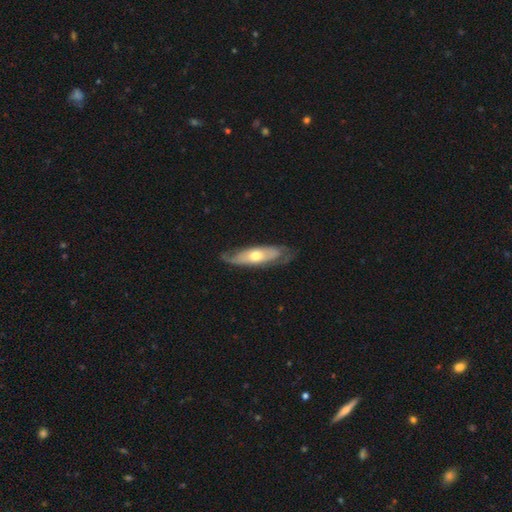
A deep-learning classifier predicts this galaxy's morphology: Smooth or featured? featured or disk (64%)
Edge-on disk? no (66%)
Merging? none (68%)